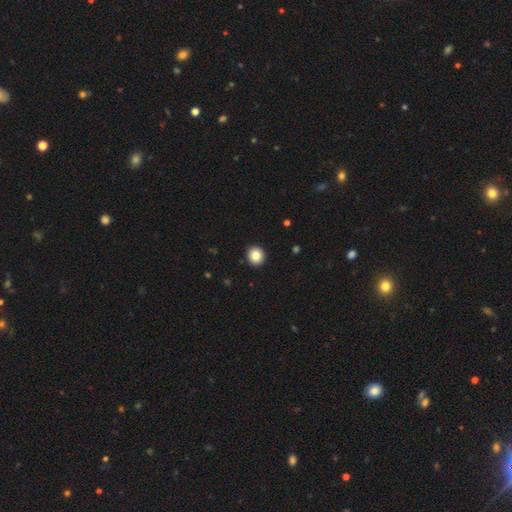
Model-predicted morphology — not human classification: A smooth galaxy with no disk features (84%) that is round (88%). Merging: none (93%).